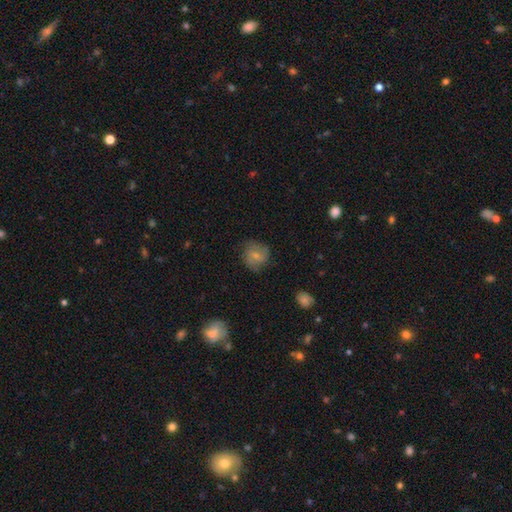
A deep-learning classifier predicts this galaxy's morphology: Smooth or featured: smooth — 62% (featured or disk — 29%)
How rounded: round — 77% (in between — 22%)
Merging: none — 72% (minor disturbance — 20%)